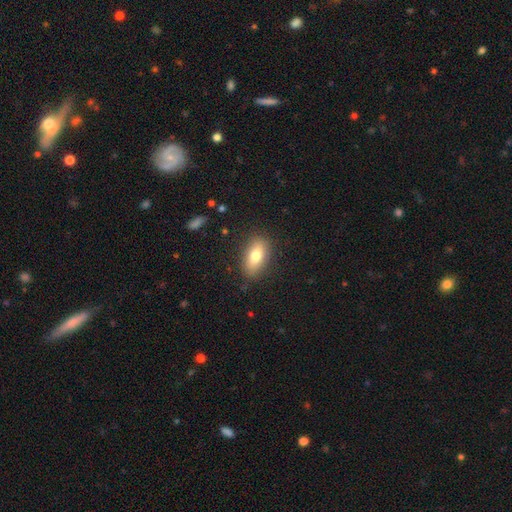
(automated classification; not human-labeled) Smooth or featured? smooth (76%)
How rounded? in between (87%)
Merging? none (85%)